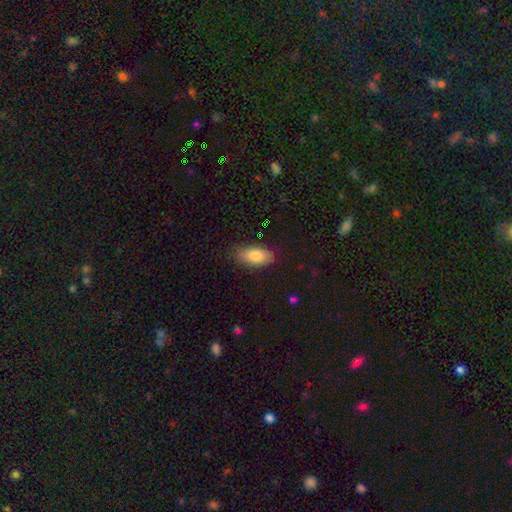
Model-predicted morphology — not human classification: The model was most divided on "merging": none: 83%, minor disturbance: 13%, major disturbance: 3%, merger: 1%. More confident: how rounded — in between (89%); smooth or featured — smooth (82%).